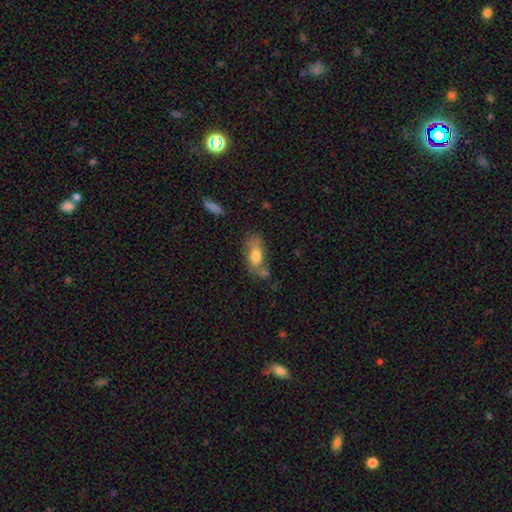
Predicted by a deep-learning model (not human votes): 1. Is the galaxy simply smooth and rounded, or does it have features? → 71% smooth, 22% featured or disk, 7% star or artifact.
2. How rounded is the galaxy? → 84% in between, 11% cigar-shaped, 5% round.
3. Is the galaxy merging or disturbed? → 48% none, 23% minor disturbance, 19% merger, 10% major disturbance.